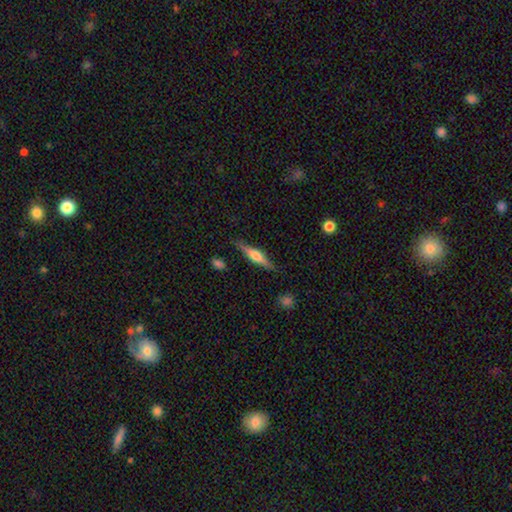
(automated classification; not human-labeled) The model was most divided on "smooth or featured": featured or disk: 60%, smooth: 34%, star or artifact: 6%. More confident: edge-on disk — yes (96%); edge-on bulge — rounded (86%); merging — none (86%).